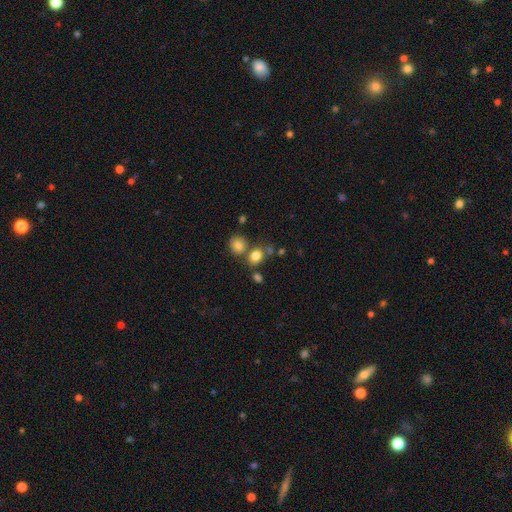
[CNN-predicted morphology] Overall: smooth (80%). How rounded: round (56%; in between 43%). Merging: none (61%; merger 25%).